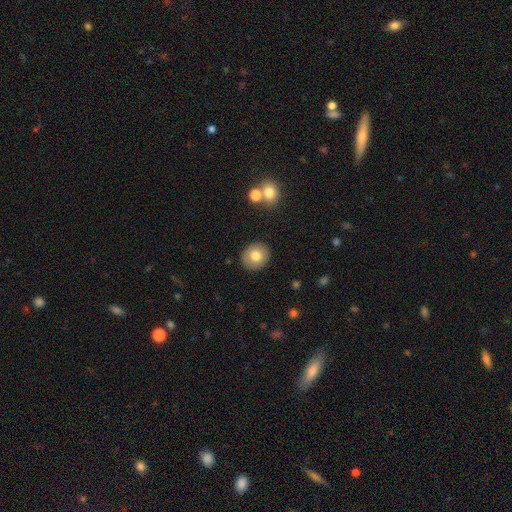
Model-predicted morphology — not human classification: Smooth or featured: smooth — 78% (featured or disk — 13%)
How rounded: round — 84% (in between — 15%)
Merging: none — 89% (minor disturbance — 7%)